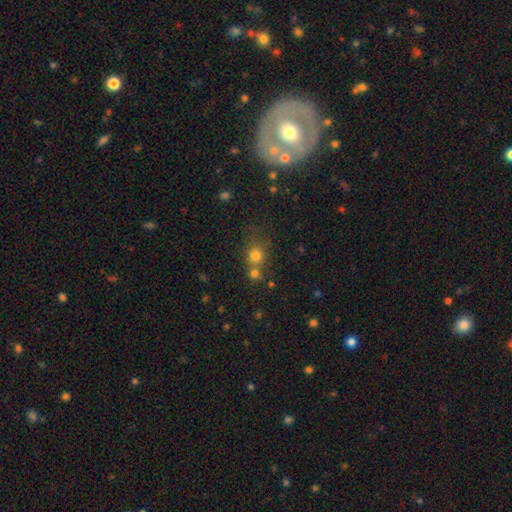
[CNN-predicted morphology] smooth-or-featured: smooth: 74% | star or artifact: 16% | featured or disk: 10%
  how-rounded: round: 81% | in between: 17% | cigar-shaped: 1%
  merging: none: 49% | merger: 36% | minor disturbance: 10% | major disturbance: 5%